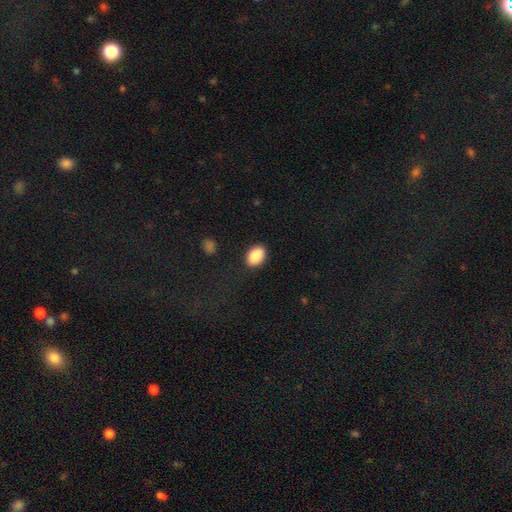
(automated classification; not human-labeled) A smooth galaxy with no disk features (90%) that is in between round and cigar-shaped (84%). Merging: none (88%).